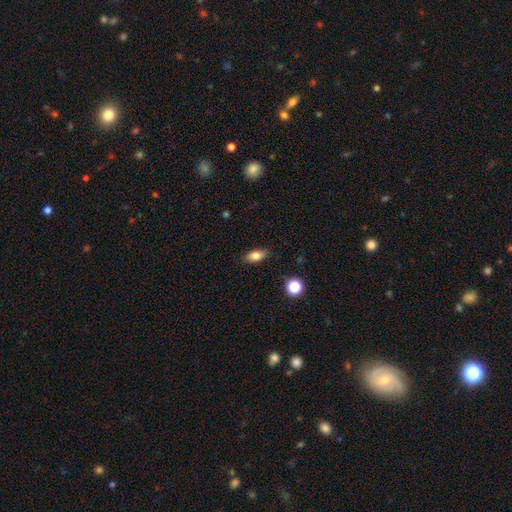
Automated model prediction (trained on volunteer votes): The model was most divided on "smooth or featured": smooth: 81%, featured or disk: 10%, star or artifact: 9%. More confident: merging — none (86%); how rounded — in between (85%).